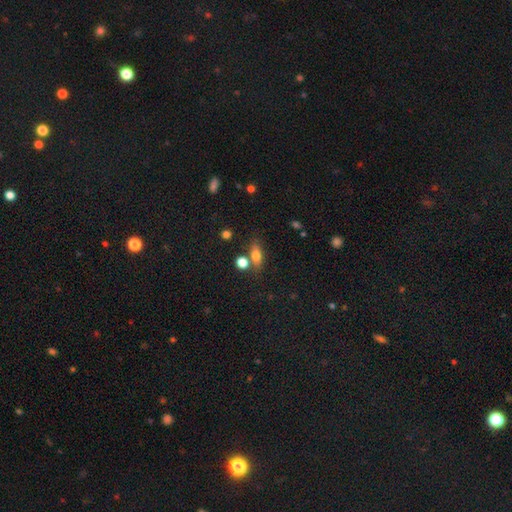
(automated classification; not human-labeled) Smooth or featured?
  - smooth: 73% *
  - featured or disk: 16%
  - star or artifact: 11%
How rounded?
  - in between: 69% *
  - cigar-shaped: 20%
  - round: 12%
Merging?
  - none: 66% *
  - merger: 16%
  - minor disturbance: 14%
  - major disturbance: 5%